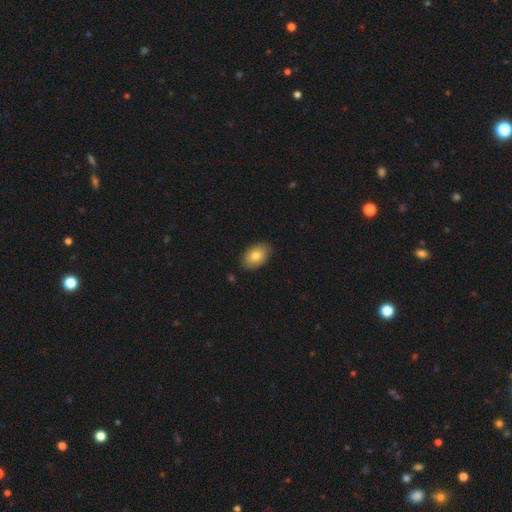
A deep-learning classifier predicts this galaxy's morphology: The model was most divided on "smooth or featured": smooth: 79%, featured or disk: 14%, star or artifact: 7%. More confident: how rounded — in between (89%); merging — none (86%).